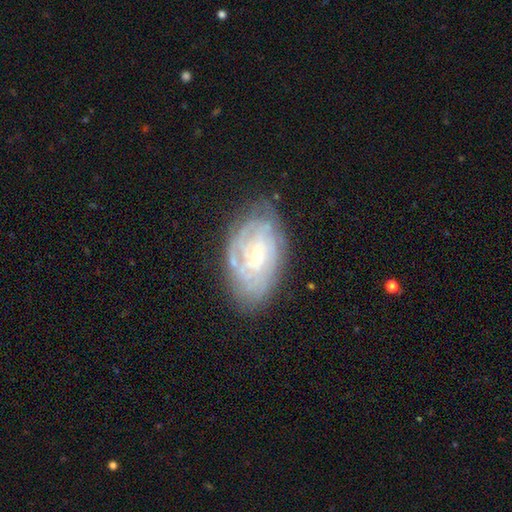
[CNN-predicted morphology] Smooth or featured?
  - featured or disk: 77% *
  - smooth: 16%
  - star or artifact: 7%
Edge-on disk?
  - no: 95% *
  - yes: 5%
Bar?
  - no: 72% *
  - weak: 23%
  - strong: 5%
Spiral arms?
  - yes: 89% *
  - no: 11%
Spiral winding?
  - tight: 75% *
  - medium: 20%
  - loose: 5%
Spiral arm count?
  - can't tell: 50% *
  - 2: 13%
  - 4: 13%
  - 3: 12%
  - more than 4: 7%
  - 1: 5%
Bulge size?
  - small: 72% *
  - moderate: 23%
  - none: 2%
  - large: 2%
  - dominant: 1%
Merging?
  - none: 72% *
  - minor disturbance: 20%
  - major disturbance: 7%
  - merger: 2%